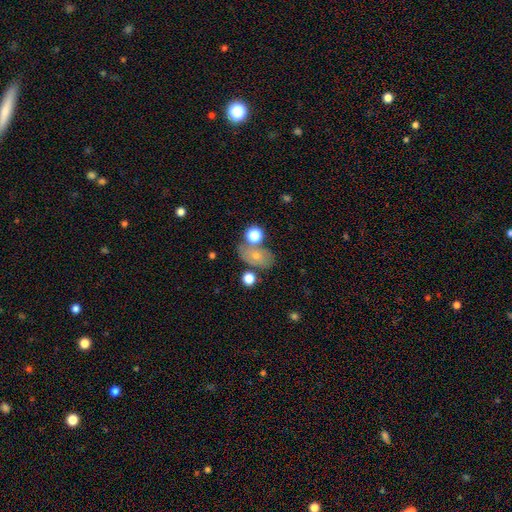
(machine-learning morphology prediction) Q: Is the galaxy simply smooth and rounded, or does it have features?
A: smooth — 64%.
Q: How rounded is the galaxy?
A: in between — 78%.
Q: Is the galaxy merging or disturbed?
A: none — 58%.